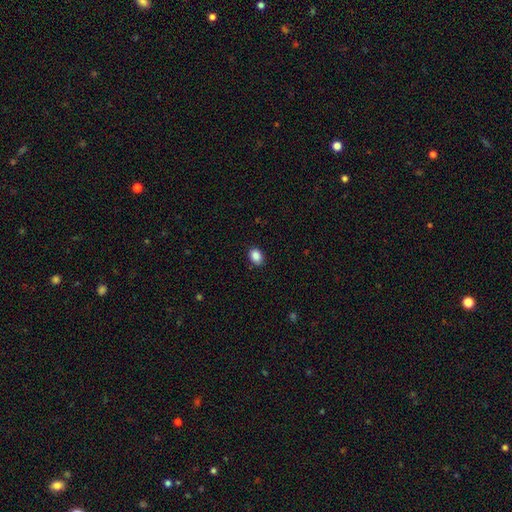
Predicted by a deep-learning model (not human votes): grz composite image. It shows a smooth galaxy with no disk features (88%) that is in between round and cigar-shaped (70%). Merging: none (87%).